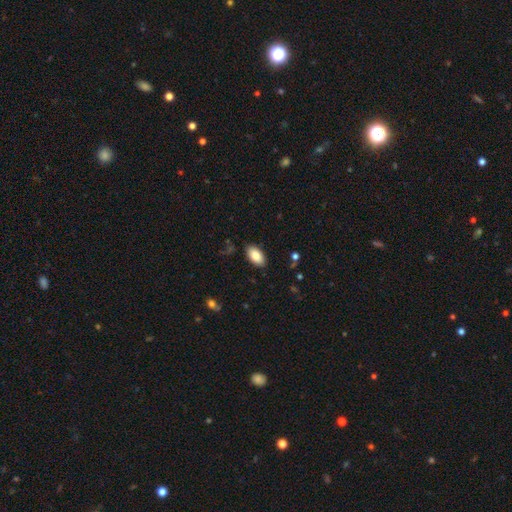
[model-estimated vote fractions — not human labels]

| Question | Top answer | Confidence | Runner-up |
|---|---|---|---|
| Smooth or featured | smooth | 85% | featured or disk (8%) |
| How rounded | in between | 95% | round (3%) |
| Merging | none | 88% | minor disturbance (9%) |